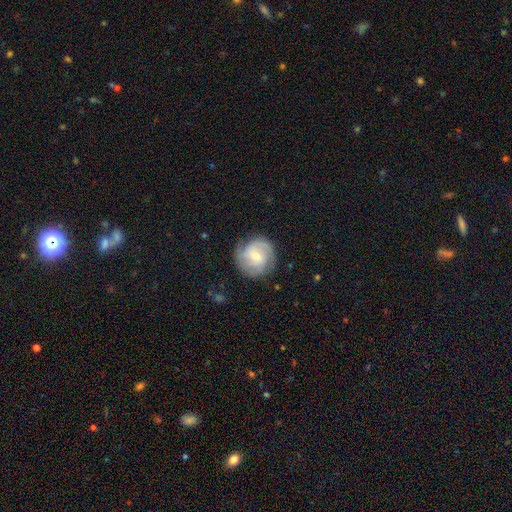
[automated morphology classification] Overall: featured or disk (68%). Edge-on disk: no (98%). Bar: no (60%; weak 33%). Spiral arms: yes (91%). Spiral arm count: 2 (44%; 3 22%). Spiral winding: tight (49%; medium 38%). Bulge size: small (52%; moderate 43%). Merging: none (79%).